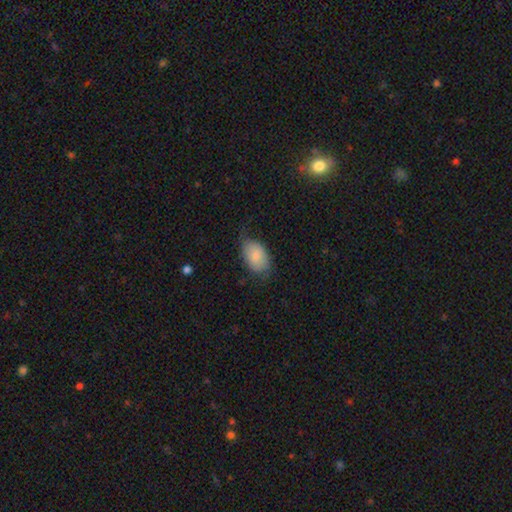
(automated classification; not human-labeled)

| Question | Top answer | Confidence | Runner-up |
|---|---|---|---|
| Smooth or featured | smooth | 79% | featured or disk (14%) |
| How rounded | in between | 89% | round (9%) |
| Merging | none | 58% | minor disturbance (30%) |